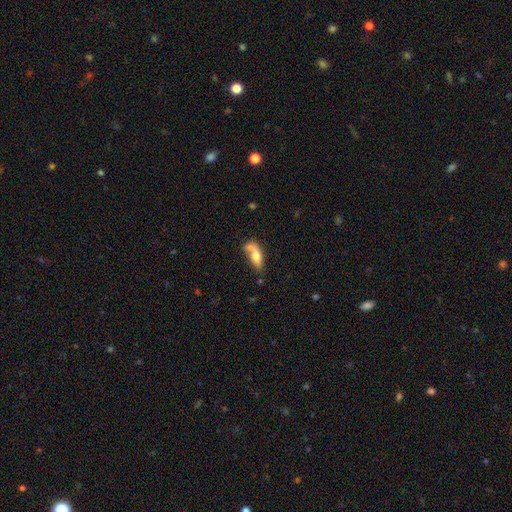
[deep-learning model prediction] Smooth or featured? smooth (62%)
How rounded? in between (71%)
Merging? none (36%)